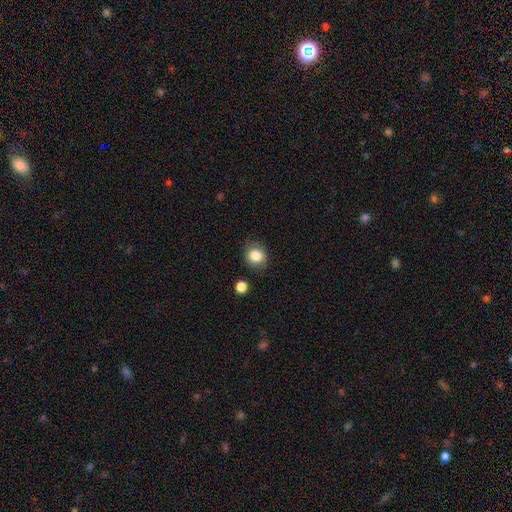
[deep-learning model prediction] A smooth galaxy with no disk features (83%) that is round (76%).

Vote fractions:
- Smooth or featured? smooth: 83% / star or artifact: 9% / featured or disk: 7%
- How rounded? round: 76% / in between: 23% / cigar-shaped: 1%
- Merging? none: 80% / minor disturbance: 14% / major disturbance: 4% / merger: 3%